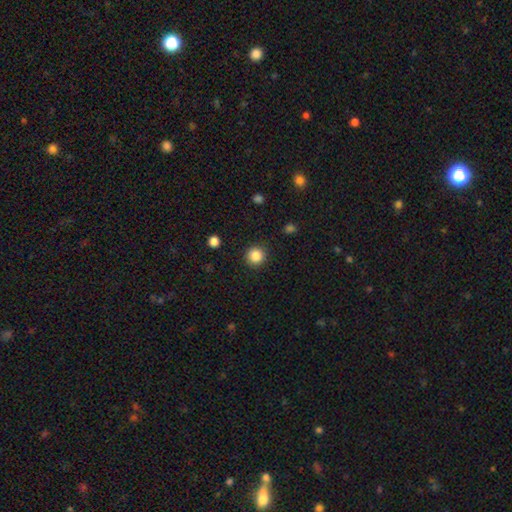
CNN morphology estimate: Smooth or featured? Predicted: smooth (p=0.86). How rounded? Predicted: round (p=0.94). Merging? Predicted: none (p=0.91).